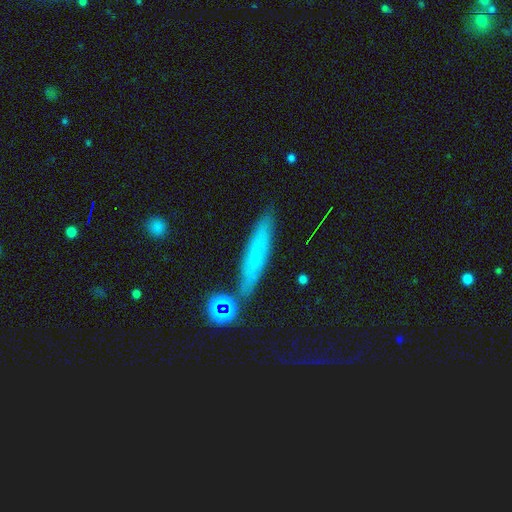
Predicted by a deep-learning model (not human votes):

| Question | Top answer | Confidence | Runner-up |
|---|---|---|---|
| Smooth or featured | smooth | 48% | featured or disk (33%) |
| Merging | none | 76% | minor disturbance (15%) |